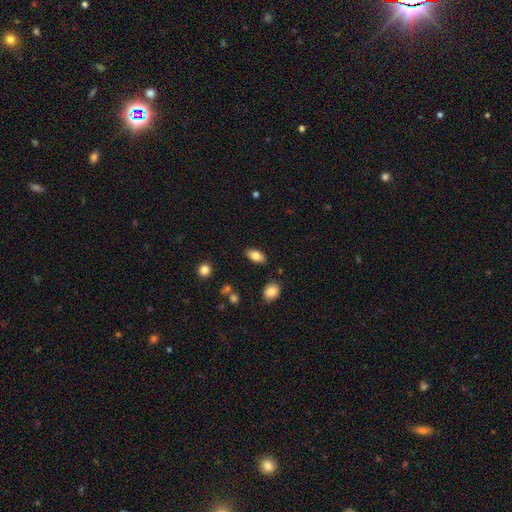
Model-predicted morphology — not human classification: Q: Smooth or featured?
A: smooth (81%); runner-up: featured or disk (11%)
Q: How rounded?
A: in between (90%); runner-up: cigar-shaped (5%)
Q: Merging?
A: none (85%); runner-up: minor disturbance (10%)